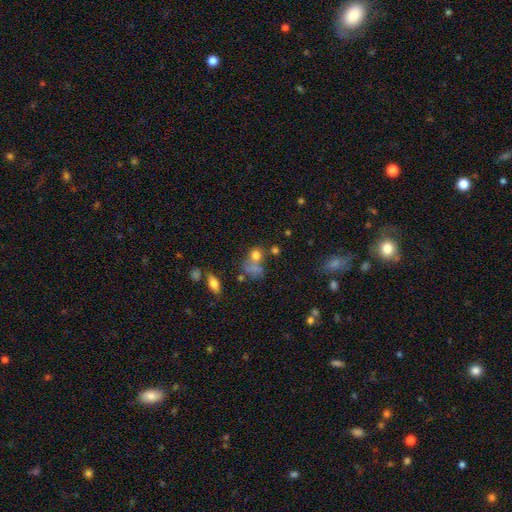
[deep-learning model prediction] Smooth or featured?
  - smooth: 70% *
  - star or artifact: 16%
  - featured or disk: 15%
How rounded?
  - round: 53% *
  - in between: 45%
  - cigar-shaped: 2%
Merging?
  - none: 36% *
  - merger: 35%
  - minor disturbance: 15%
  - major disturbance: 14%